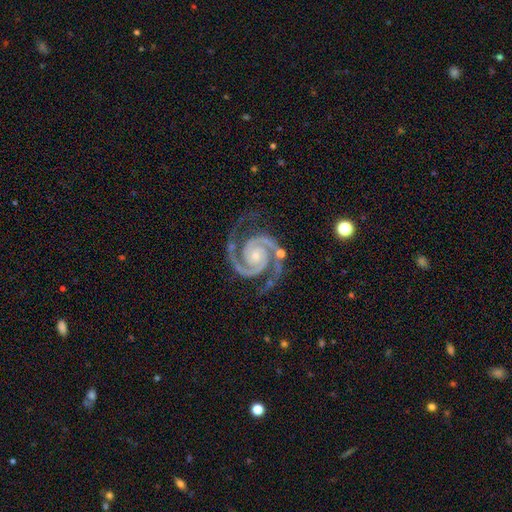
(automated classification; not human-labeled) Q: Smooth or featured?
A: featured or disk (95%); runner-up: star or artifact (4%)
Q: Edge-on disk?
A: no (98%); runner-up: yes (2%)
Q: Bar?
A: no (73%); runner-up: weak (18%)
Q: Spiral arms?
A: yes (99%); runner-up: no (1%)
Q: Spiral winding?
A: tight (66%); runner-up: medium (31%)
Q: Spiral arm count?
A: 2 (94%); runner-up: 3 (2%)
Q: Bulge size?
A: small (70%); runner-up: moderate (24%)
Q: Merging?
A: none (77%); runner-up: minor disturbance (15%)